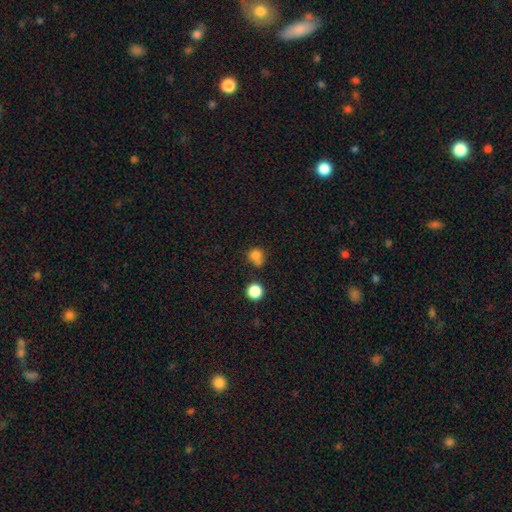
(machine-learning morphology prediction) Q: Smooth or featured?
A: smooth (78%); runner-up: star or artifact (15%)
Q: How rounded?
A: round (81%); runner-up: in between (18%)
Q: Merging?
A: none (53%); runner-up: merger (21%)